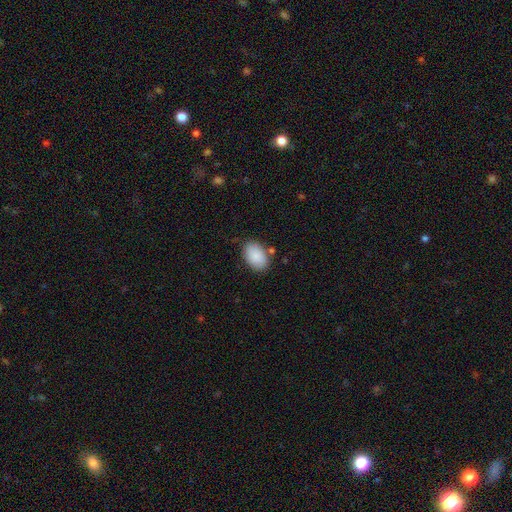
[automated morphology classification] Smooth or featured? smooth (88%)
How rounded? in between (89%)
Merging? none (80%)